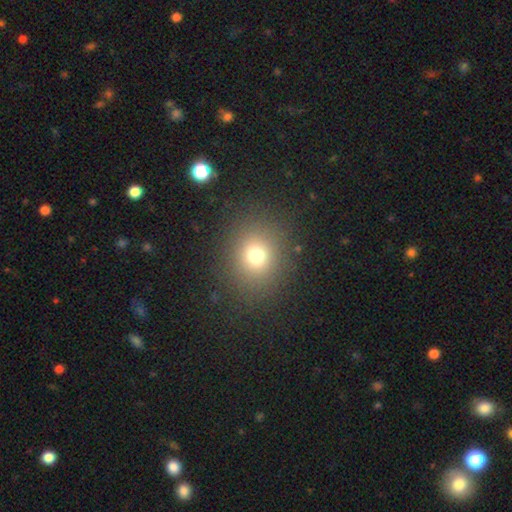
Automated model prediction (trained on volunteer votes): This appears to be a smooth galaxy with no disk features (73%) that is round (74%). Merging: none (86%).